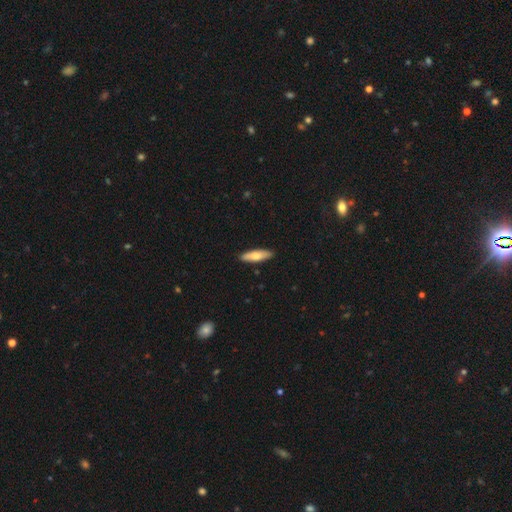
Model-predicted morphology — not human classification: A smooth galaxy with no disk features (65%) that is cigar-shaped (59%). Merging: none (90%).